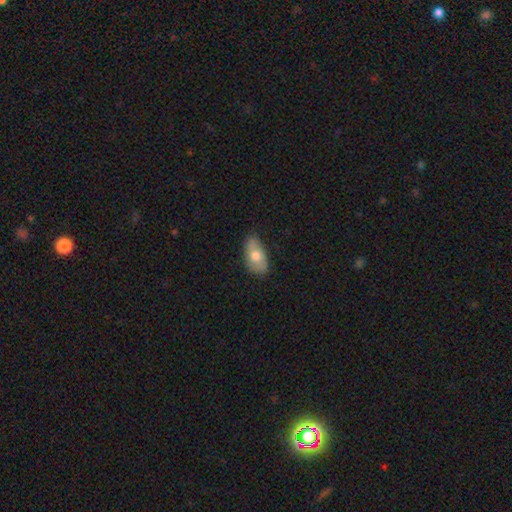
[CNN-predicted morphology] Smooth or featured?
  - smooth: 67% *
  - featured or disk: 26%
  - star or artifact: 6%
How rounded?
  - in between: 91% *
  - round: 5%
  - cigar-shaped: 3%
Merging?
  - none: 73% *
  - minor disturbance: 22%
  - major disturbance: 4%
  - merger: 1%